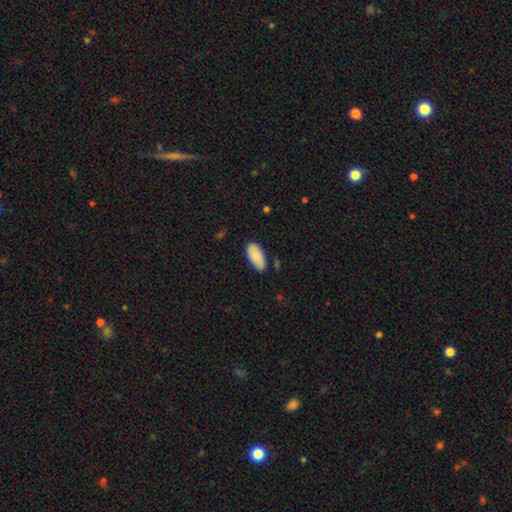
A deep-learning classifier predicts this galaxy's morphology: A smooth galaxy with no disk features (87%) that is in between round and cigar-shaped (92%).

Vote fractions:
- Smooth or featured? smooth: 87% / featured or disk: 7% / star or artifact: 6%
- How rounded? in between: 92% / cigar-shaped: 6% / round: 2%
- Merging? none: 80% / minor disturbance: 16% / major disturbance: 3% / merger: 2%